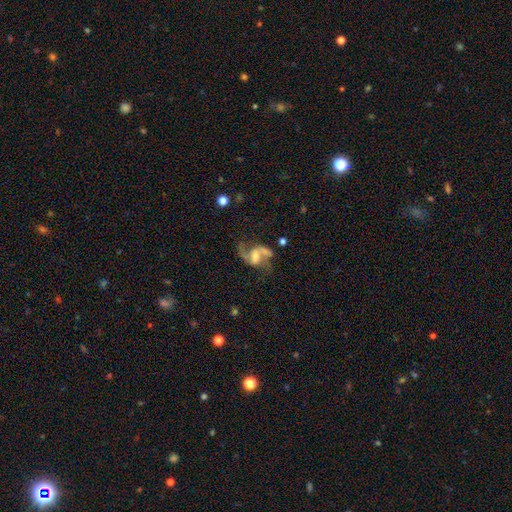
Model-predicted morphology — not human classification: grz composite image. It shows a featured or disk galaxy (82%) with a weak bar (49%), 2 (89%) loose (61%) spiral arms (92%) and a moderate central bulge (39%). Merging: none (52%).